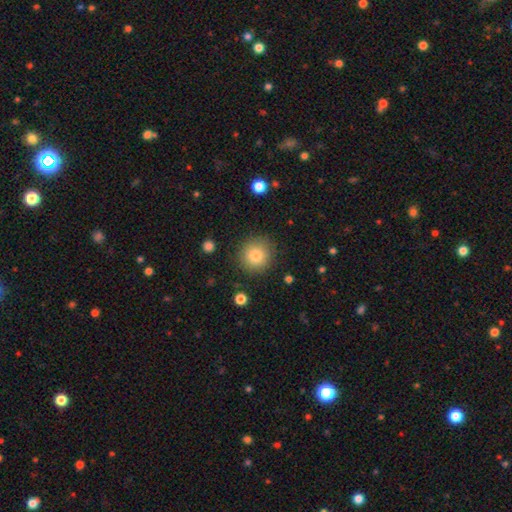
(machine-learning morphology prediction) A smooth galaxy with no disk features (83%) that is round (93%). Merging: none (88%).